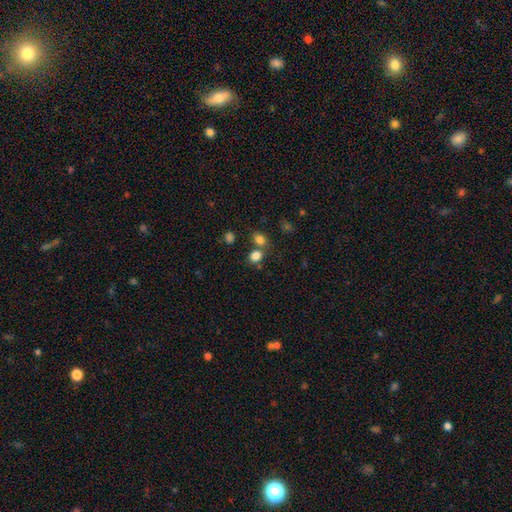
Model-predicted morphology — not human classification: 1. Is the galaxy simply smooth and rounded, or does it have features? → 81% smooth, 13% star or artifact, 6% featured or disk.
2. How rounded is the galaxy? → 57% round, 42% in between, 1% cigar-shaped.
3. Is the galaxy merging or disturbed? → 60% none, 26% merger, 10% minor disturbance, 4% major disturbance.